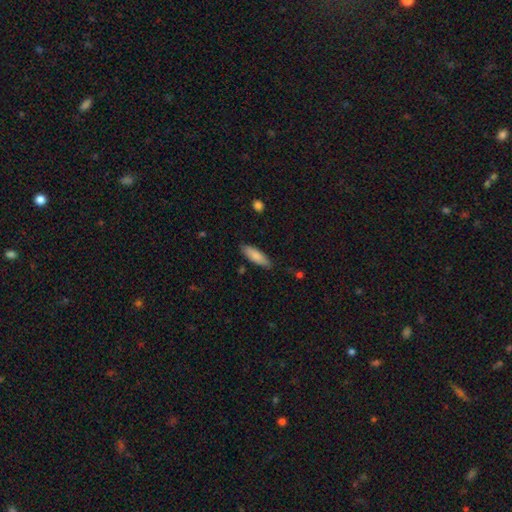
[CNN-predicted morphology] A smooth galaxy with no disk features (82%) that is in between round and cigar-shaped (51%).

Vote fractions:
- Smooth or featured? smooth: 82% / featured or disk: 12% / star or artifact: 6%
- How rounded? in between: 51% / cigar-shaped: 47% / round: 2%
- Merging? none: 83% / minor disturbance: 13% / major disturbance: 2% / merger: 2%